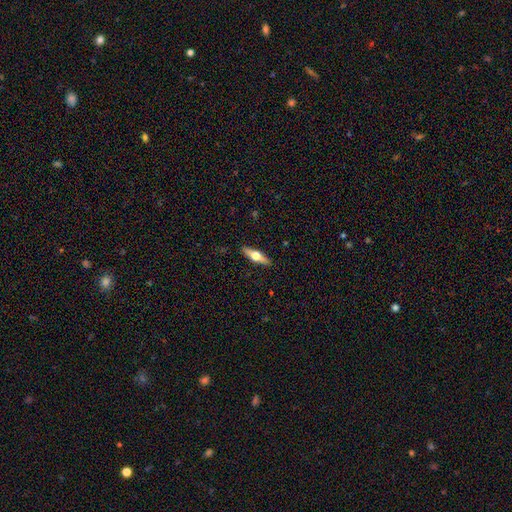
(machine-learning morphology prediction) type=featured or disk (62%); edge-on=yes (95%); edge-on bulge=rounded (96%); merging=none (90%).